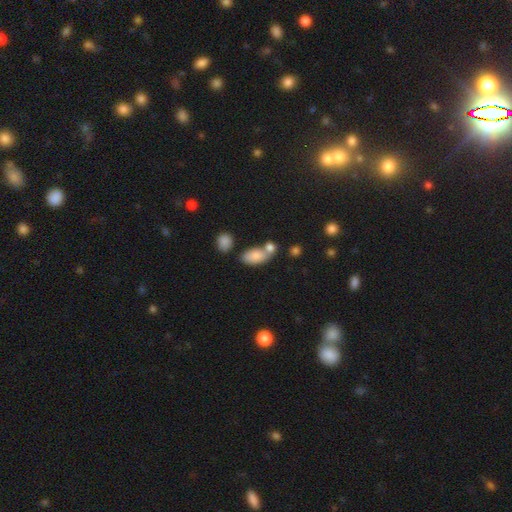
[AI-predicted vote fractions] Smooth or featured?
  - smooth: 81% *
  - featured or disk: 10%
  - star or artifact: 8%
How rounded?
  - in between: 91% *
  - round: 5%
  - cigar-shaped: 4%
Merging?
  - none: 48% *
  - merger: 32%
  - minor disturbance: 15%
  - major disturbance: 5%